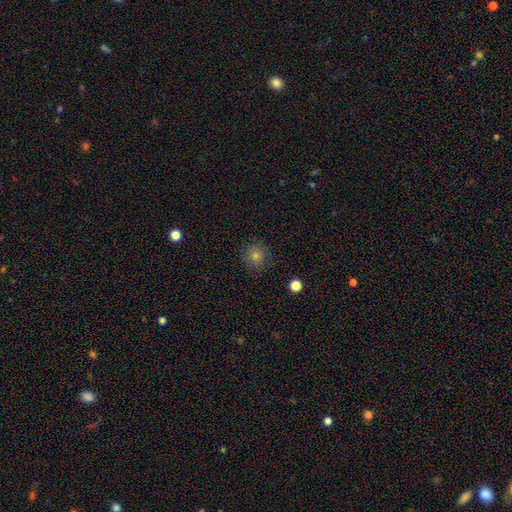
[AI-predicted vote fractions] Morphology: type=smooth (73%); roundness=round (92%); merging=none (88%).